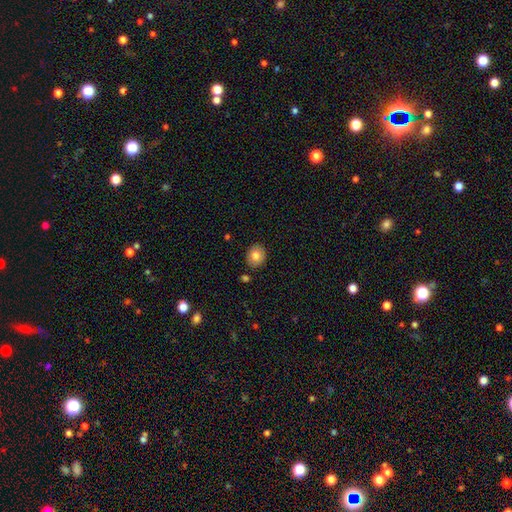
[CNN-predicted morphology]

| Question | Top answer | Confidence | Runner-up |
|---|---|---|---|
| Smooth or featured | smooth | 82% | featured or disk (10%) |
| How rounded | round | 64% | in between (35%) |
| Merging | none | 87% | minor disturbance (8%) |